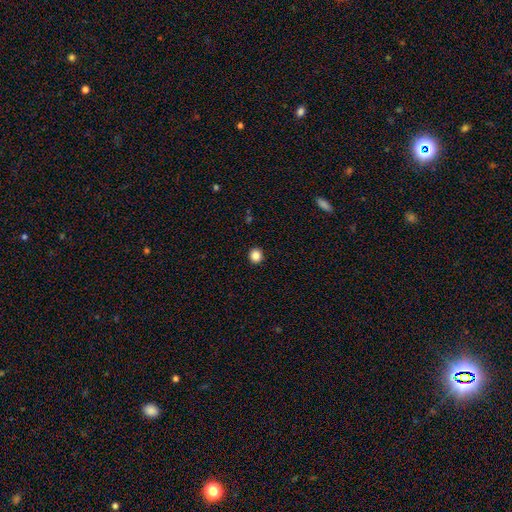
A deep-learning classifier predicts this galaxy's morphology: smooth_or_featured: smooth (p=0.86) [alt: star or artifact p=0.11]
how_rounded: round (p=0.89) [alt: in between p=0.10]
merging: none (p=0.93) [alt: minor disturbance p=0.05]